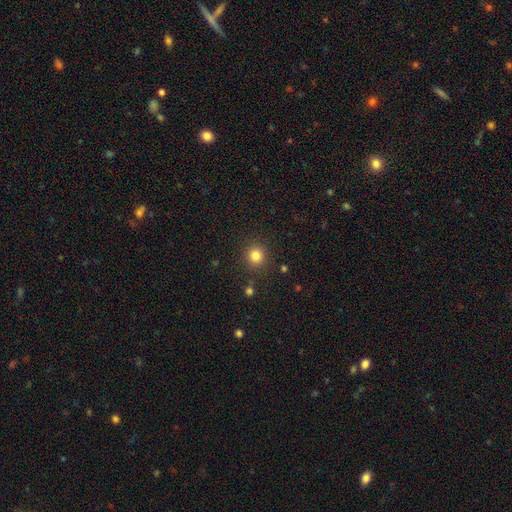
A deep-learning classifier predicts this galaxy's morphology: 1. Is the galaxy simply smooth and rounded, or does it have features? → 82% smooth, 13% star or artifact, 5% featured or disk.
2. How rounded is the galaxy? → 93% round, 6% in between, 1% cigar-shaped.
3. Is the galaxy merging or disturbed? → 89% none, 6% minor disturbance, 3% major disturbance, 2% merger.